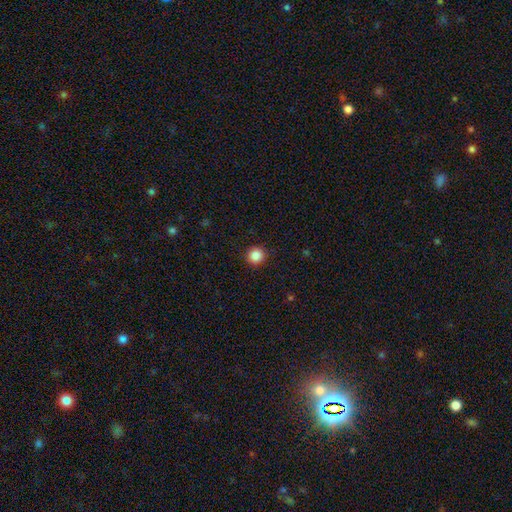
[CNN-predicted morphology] This is clearly a smooth galaxy (86%). How rounded: clearly round (94%). Merging: clearly none (92%).